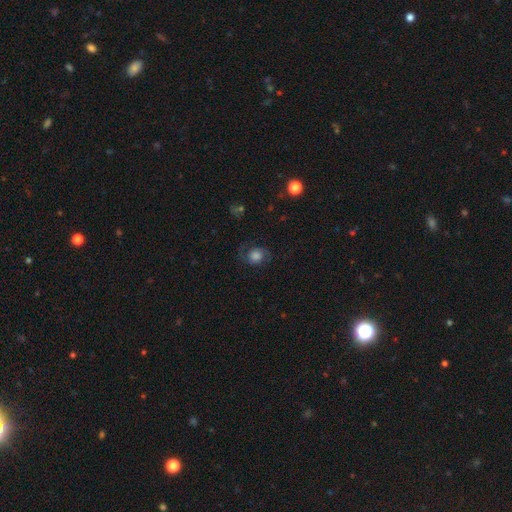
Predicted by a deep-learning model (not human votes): This is possibly a featured or disk galaxy (47%). Merging: likely none (66%).